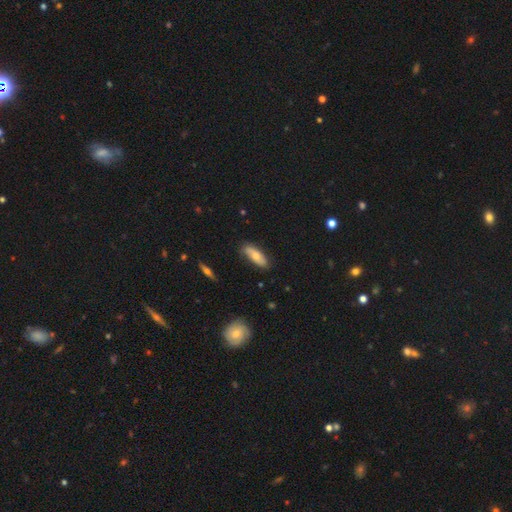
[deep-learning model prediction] smooth 58%, featured or disk 36%, star or artifact 7%. Down the decision tree: how rounded — in between (70%); merging — none (79%).